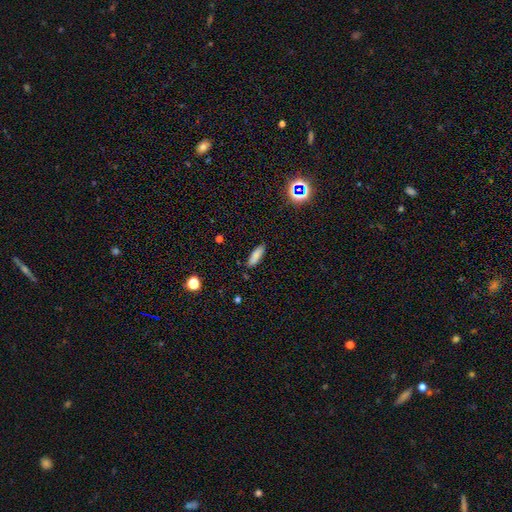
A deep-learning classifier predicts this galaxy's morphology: type=smooth (82%); roundness=cigar-shaped (50%); merging=none (86%).